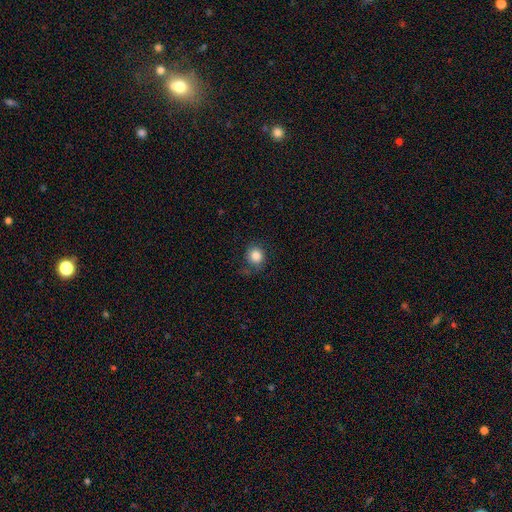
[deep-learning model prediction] A smooth galaxy with no disk features (84%) that is round (83%). Merging: none (72%).